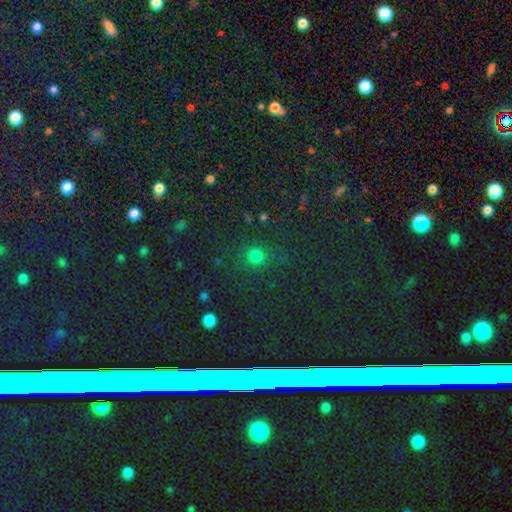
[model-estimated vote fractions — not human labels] Smooth or featured?
  - smooth: 70% *
  - star or artifact: 25%
  - featured or disk: 6%
How rounded?
  - round: 88% *
  - in between: 10%
  - cigar-shaped: 1%
Merging?
  - none: 79% *
  - minor disturbance: 11%
  - major disturbance: 6%
  - merger: 4%